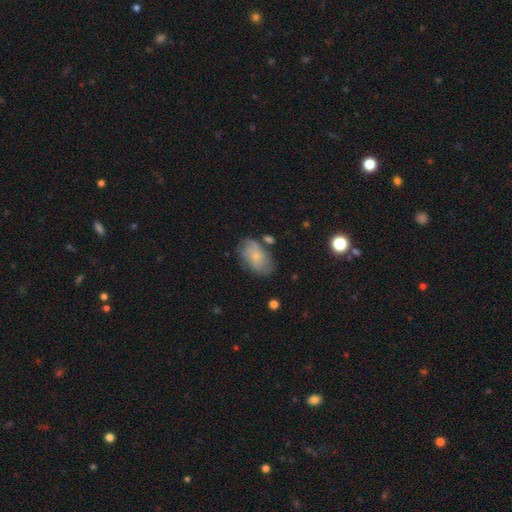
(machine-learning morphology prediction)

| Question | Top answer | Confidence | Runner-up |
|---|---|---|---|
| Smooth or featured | featured or disk | 48% | smooth (44%) |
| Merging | none | 65% | minor disturbance (22%) |